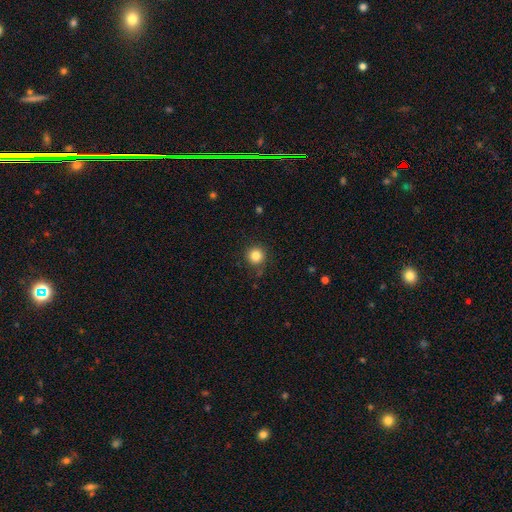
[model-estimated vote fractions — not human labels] smooth 83%, star or artifact 12%, featured or disk 5%. Down the decision tree: how rounded — round (95%); merging — none (87%).